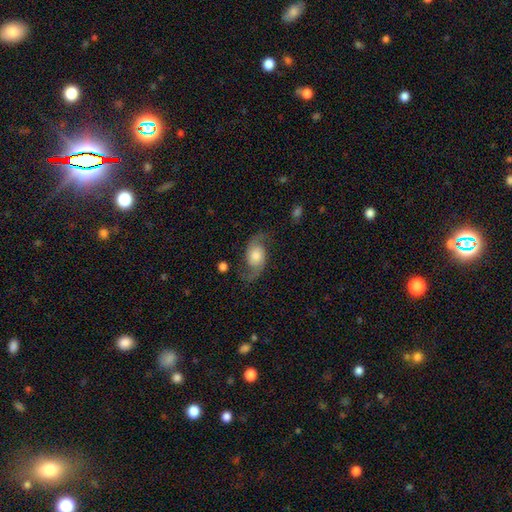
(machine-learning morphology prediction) type=featured or disk (83%); edge-on=no (97%); bar=no (71%); spiral arms=yes (96%); winding=loose (50%); arm count=2 (93%); bulge=moderate (48%); merging=none (75%).